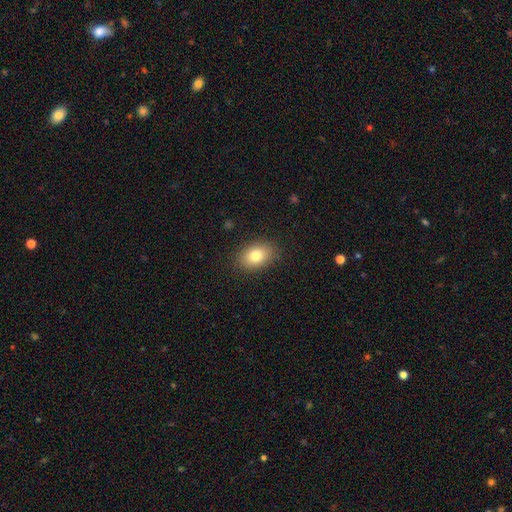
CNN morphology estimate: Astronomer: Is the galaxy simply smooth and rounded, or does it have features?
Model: smooth — 81%.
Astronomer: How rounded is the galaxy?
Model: in between — 80%.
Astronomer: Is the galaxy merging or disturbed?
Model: none — 87%.